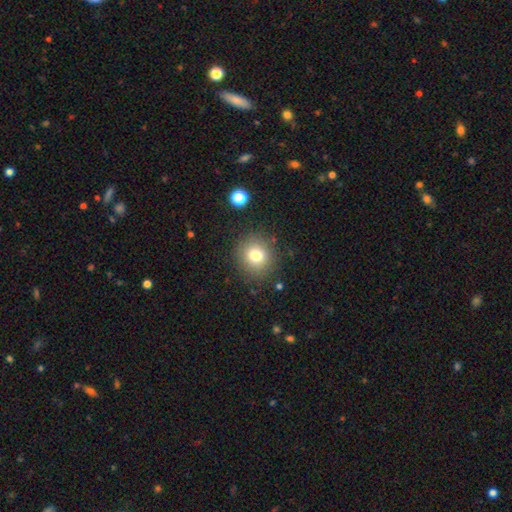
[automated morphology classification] This appears to be a smooth galaxy with no disk features (77%) that is round (88%). Merging: none (86%).